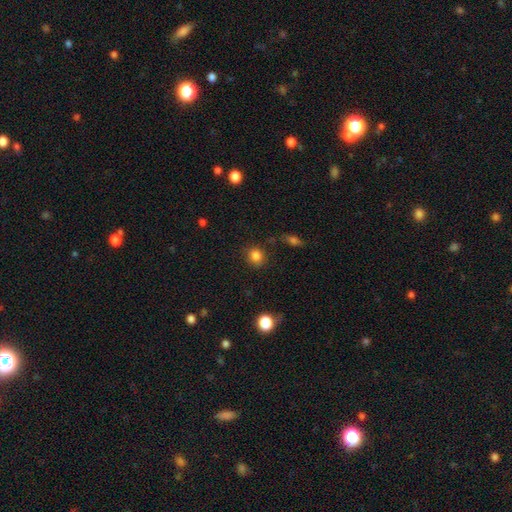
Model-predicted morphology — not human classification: The model was most divided on "how rounded": round: 79%, in between: 20%, cigar-shaped: 1%. More confident: smooth or featured — smooth (84%); merging — none (82%).